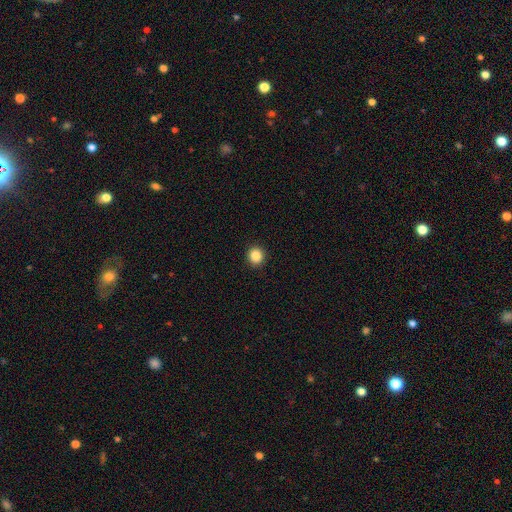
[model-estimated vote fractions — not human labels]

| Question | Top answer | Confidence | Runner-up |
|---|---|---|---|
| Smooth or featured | smooth | 87% | star or artifact (10%) |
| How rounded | round | 90% | in between (9%) |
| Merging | none | 92% | minor disturbance (5%) |